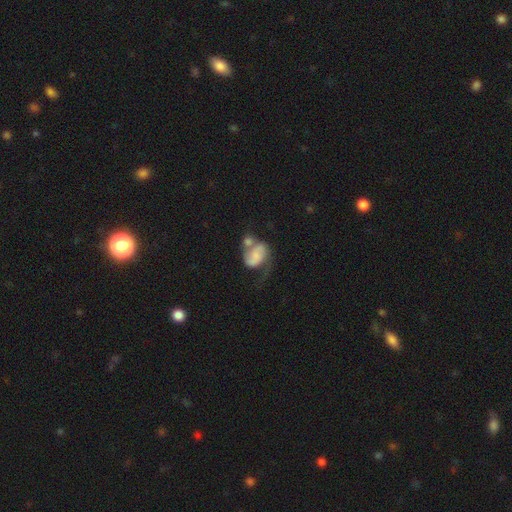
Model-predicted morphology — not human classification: This is possibly a featured or disk galaxy (50%). It is clearly not viewed edge-on (97%). Merging: marginally merger (40%).